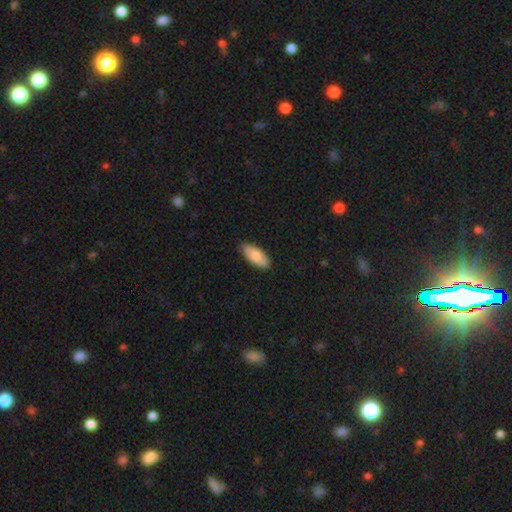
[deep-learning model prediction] Smooth or featured?
  - smooth: 81% *
  - featured or disk: 13%
  - star or artifact: 5%
How rounded?
  - in between: 86% *
  - cigar-shaped: 12%
  - round: 2%
Merging?
  - none: 83% *
  - minor disturbance: 14%
  - major disturbance: 2%
  - merger: 1%